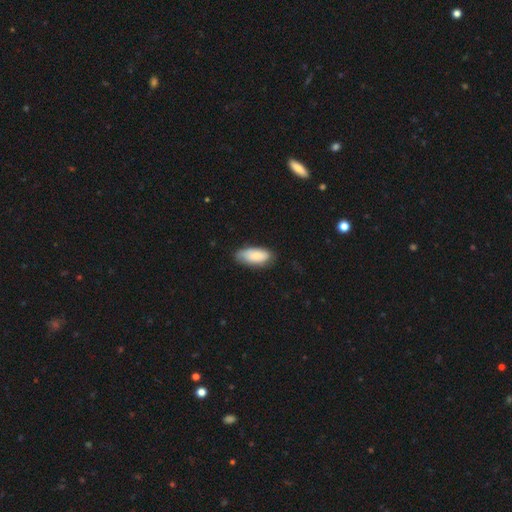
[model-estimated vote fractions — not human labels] The model was most divided on "merging": none: 73%, minor disturbance: 22%, major disturbance: 4%, merger: 1%. More confident: how rounded — in between (88%); smooth or featured — smooth (77%).